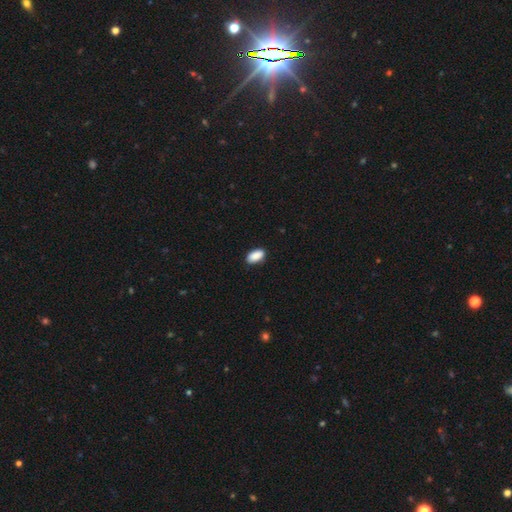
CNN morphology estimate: Smooth or featured? smooth (90%)
How rounded? in between (93%)
Merging? none (85%)